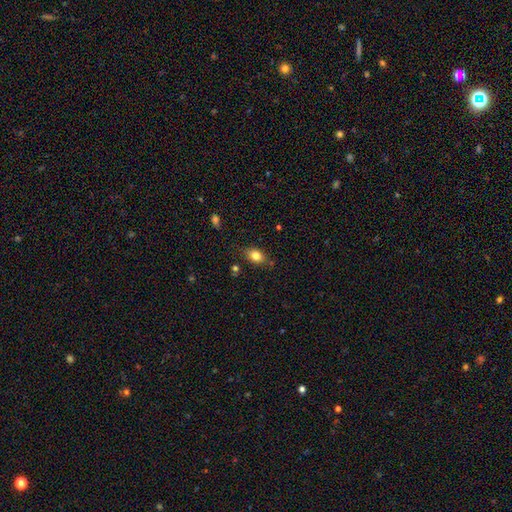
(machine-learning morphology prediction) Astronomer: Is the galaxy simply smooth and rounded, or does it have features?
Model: smooth — 81%.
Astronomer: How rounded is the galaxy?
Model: in between — 77%.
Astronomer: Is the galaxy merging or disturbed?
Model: none — 77%.